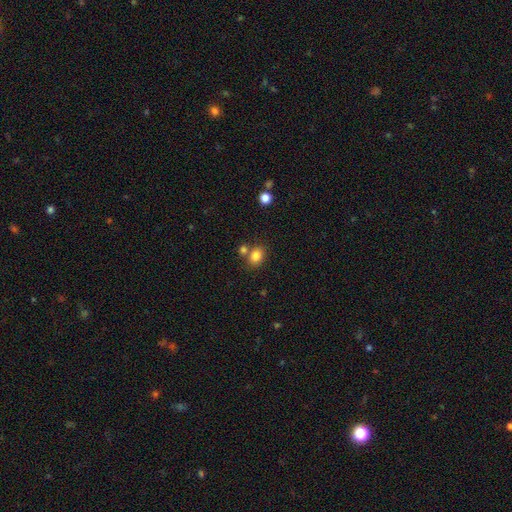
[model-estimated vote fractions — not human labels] The model was most divided on "how rounded": in between: 55%, round: 44%, cigar-shaped: 1%. More confident: smooth or featured — smooth (82%); merging — none (63%).